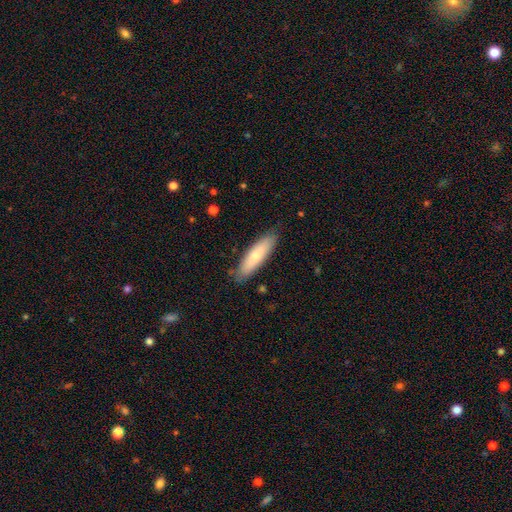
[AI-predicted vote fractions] This is likely a smooth galaxy (70%). How rounded: likely cigar-shaped (67%). Merging: clearly none (85%).